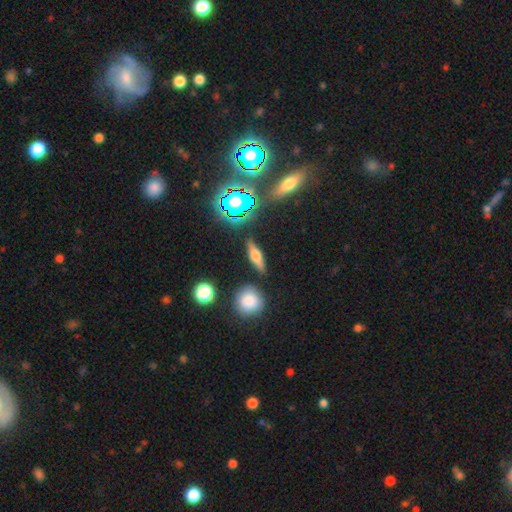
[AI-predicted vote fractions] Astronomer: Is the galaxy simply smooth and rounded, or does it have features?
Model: featured or disk — 49% (runner-up: smooth, 38%).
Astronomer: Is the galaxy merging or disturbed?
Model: none — 85%.